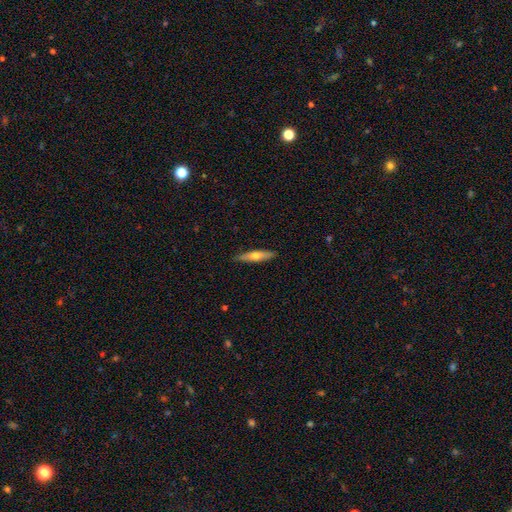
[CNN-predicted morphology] A smooth galaxy with no disk features (50%).

Vote fractions:
- Smooth or featured? smooth: 50% / featured or disk: 44% / star or artifact: 6%
- Merging? none: 88% / minor disturbance: 9% / major disturbance: 2% / merger: 1%